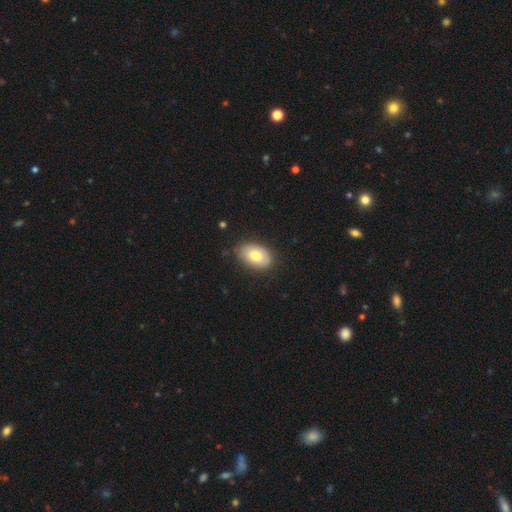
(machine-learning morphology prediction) type=smooth (74%); roundness=in between (90%); merging=none (81%).